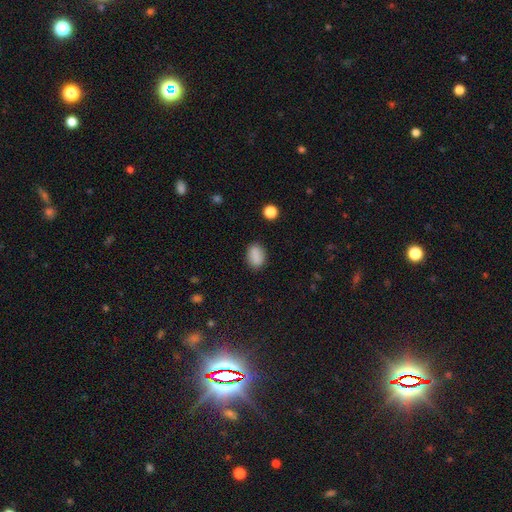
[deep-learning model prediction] smooth 87%, star or artifact 9%, featured or disk 4%. Down the decision tree: how rounded — in between (81%); merging — none (84%).